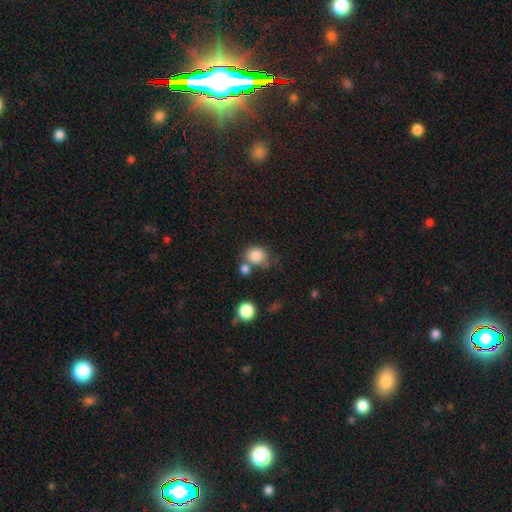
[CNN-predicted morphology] A smooth galaxy with no disk features (83%) that is round (66%). Merging: none (51%).